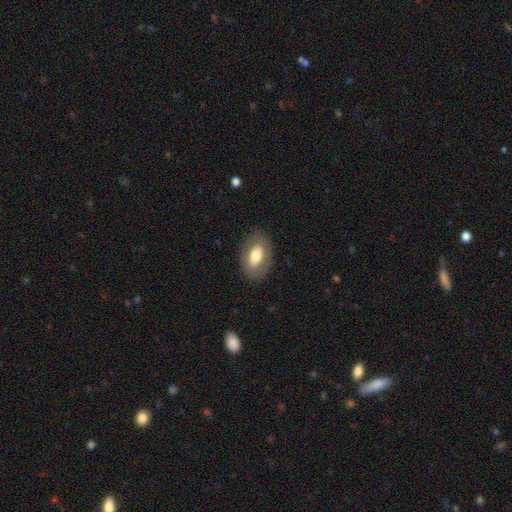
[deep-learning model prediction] Q: Smooth or featured?
A: smooth (62%); runner-up: featured or disk (31%)
Q: How rounded?
A: in between (90%); runner-up: round (9%)
Q: Merging?
A: none (83%); runner-up: minor disturbance (11%)